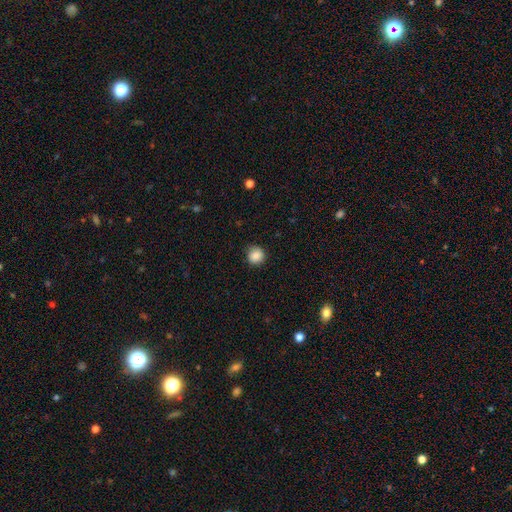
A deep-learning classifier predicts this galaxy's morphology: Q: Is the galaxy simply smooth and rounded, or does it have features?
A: smooth — 87%.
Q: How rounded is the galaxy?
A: round — 92%.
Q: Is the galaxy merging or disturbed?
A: none — 88%.